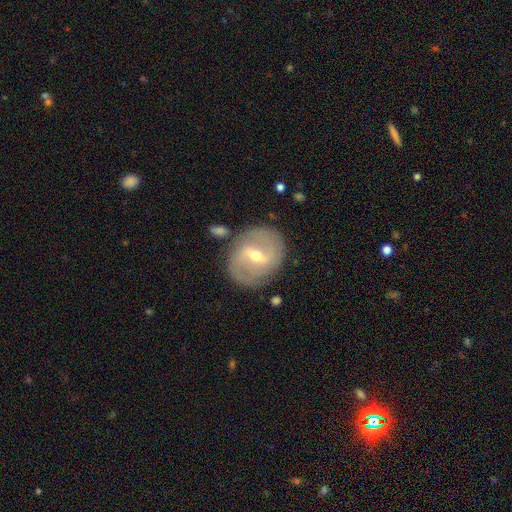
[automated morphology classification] A featured or disk galaxy (80%) with a weak bar (51%), 2 (76%) medium (43%) spiral arms (87%) and a moderate central bulge (56%). Merging: none (79%).